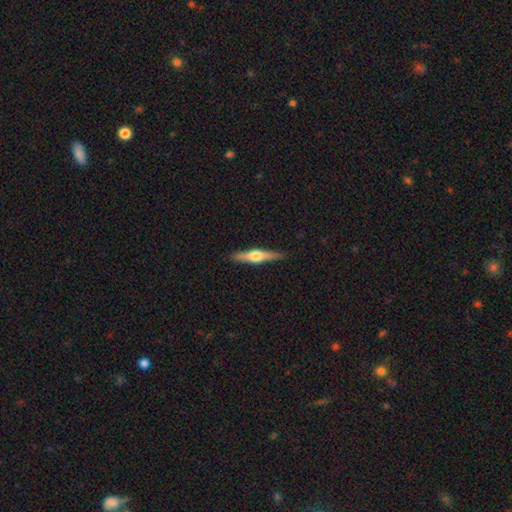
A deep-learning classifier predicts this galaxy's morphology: This is likely a featured or disk galaxy (69%). It is clearly viewed edge-on (98%). Edge-on bulge: clearly rounded (93%). Merging: clearly none (90%).